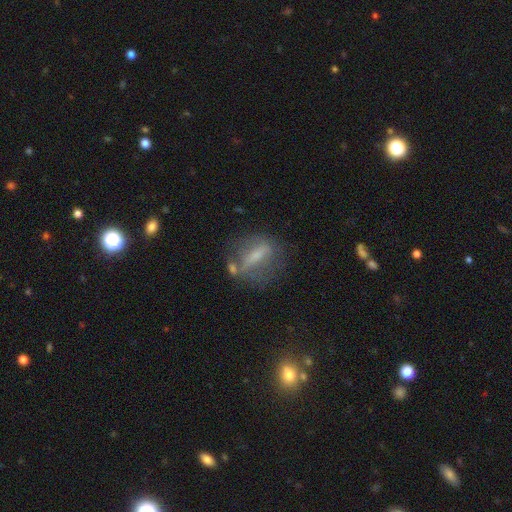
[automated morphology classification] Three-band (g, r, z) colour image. It shows a featured or disk galaxy (50%). Merging: none (54%).